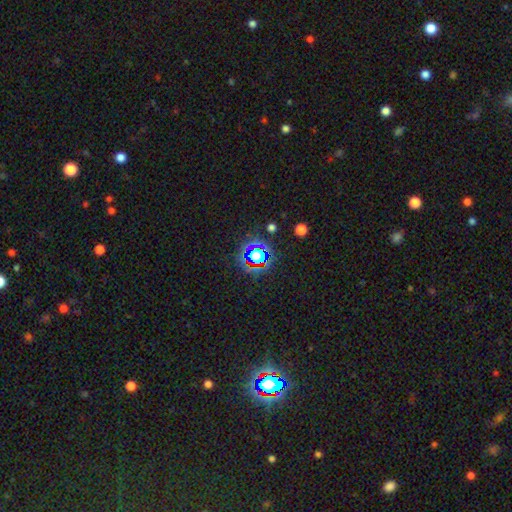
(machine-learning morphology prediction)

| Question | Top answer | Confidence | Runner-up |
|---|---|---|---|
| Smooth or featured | star or artifact | 65% | smooth (24%) |